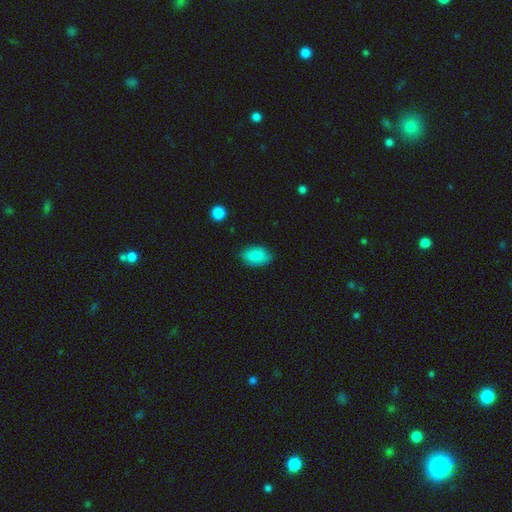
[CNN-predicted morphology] smooth-or-featured: smooth: 87% | star or artifact: 7% | featured or disk: 6%
  how-rounded: in between: 90% | round: 8% | cigar-shaped: 2%
  merging: none: 79% | minor disturbance: 17% | major disturbance: 3% | merger: 1%